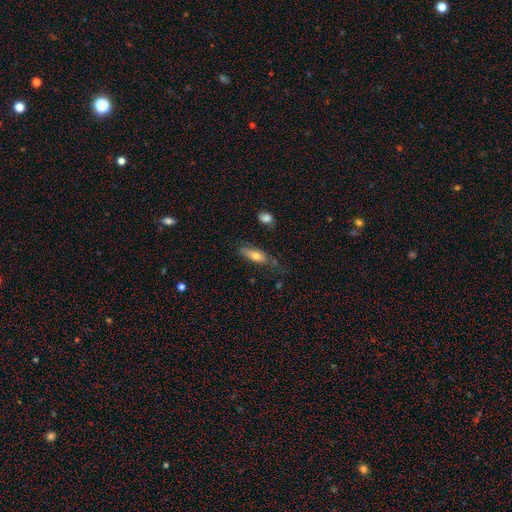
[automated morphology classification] The model was most divided on "how rounded": in between: 58%, cigar-shaped: 39%, round: 3%. More confident: smooth or featured — smooth (67%); merging — none (52%).